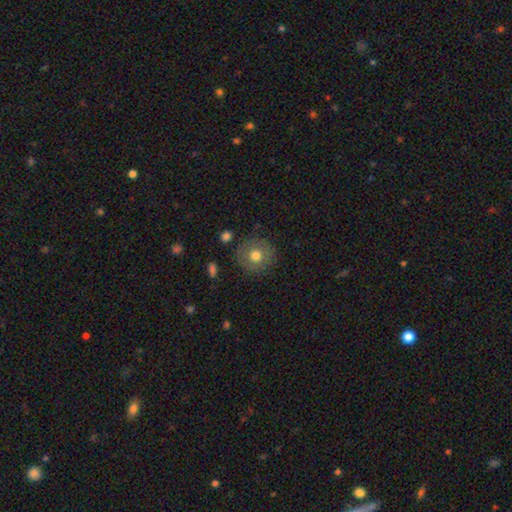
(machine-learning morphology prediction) Smooth or featured?
  - smooth: 65% *
  - featured or disk: 26%
  - star or artifact: 9%
How rounded?
  - round: 91% *
  - in between: 8%
  - cigar-shaped: 1%
Merging?
  - none: 85% *
  - minor disturbance: 10%
  - major disturbance: 4%
  - merger: 2%